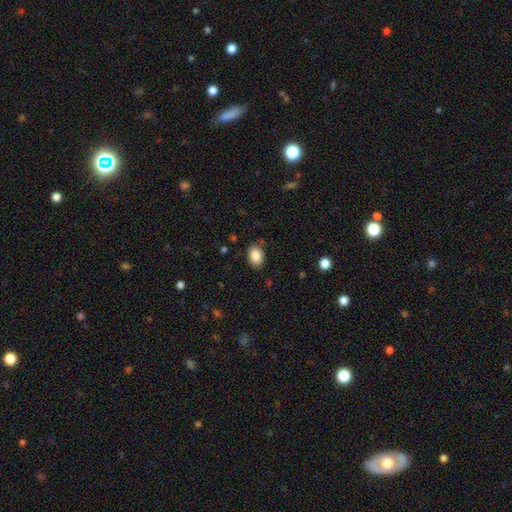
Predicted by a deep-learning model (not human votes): Smooth or featured? Predicted: smooth (p=0.86). How rounded? Predicted: in between (p=0.78). Merging? Predicted: none (p=0.84).